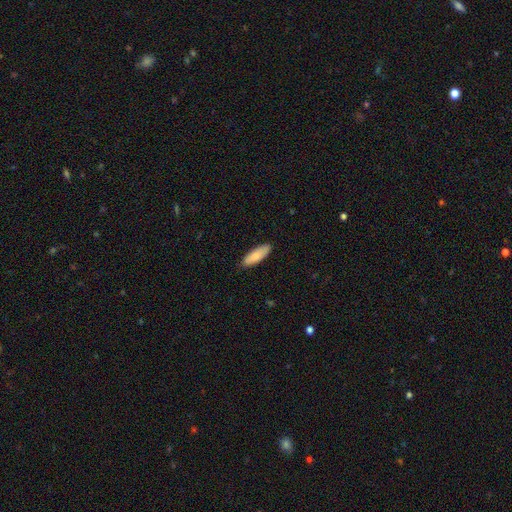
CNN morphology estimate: smooth-or-featured: smooth: 85% | featured or disk: 10% | star or artifact: 5%
  how-rounded: in between: 57% | cigar-shaped: 41% | round: 2%
  merging: none: 88% | minor disturbance: 9% | major disturbance: 2% | merger: 1%